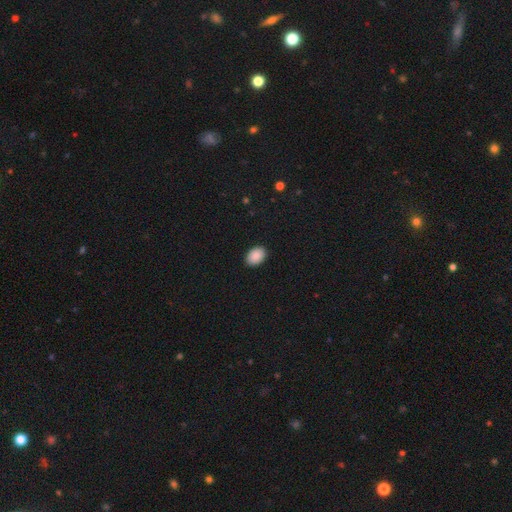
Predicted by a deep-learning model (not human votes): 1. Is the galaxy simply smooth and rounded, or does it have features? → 90% smooth, 7% star or artifact, 3% featured or disk.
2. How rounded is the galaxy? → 83% in between, 16% round, 1% cigar-shaped.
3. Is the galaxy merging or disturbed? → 90% none, 7% minor disturbance, 2% major disturbance, 1% merger.